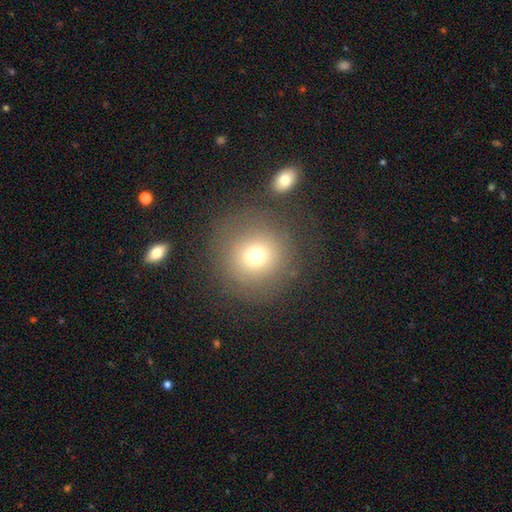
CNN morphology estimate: smooth-or-featured: smooth: 71% | star or artifact: 15% | featured or disk: 14%
  how-rounded: round: 93% | in between: 6% | cigar-shaped: 1%
  merging: none: 77% | minor disturbance: 10% | major disturbance: 7% | merger: 5%